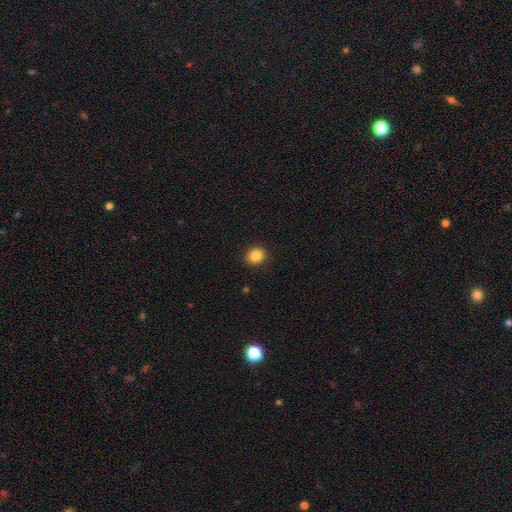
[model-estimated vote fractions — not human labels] Smooth or featured: smooth — 86% (star or artifact — 10%)
How rounded: round — 79% (in between — 20%)
Merging: none — 91% (minor disturbance — 6%)